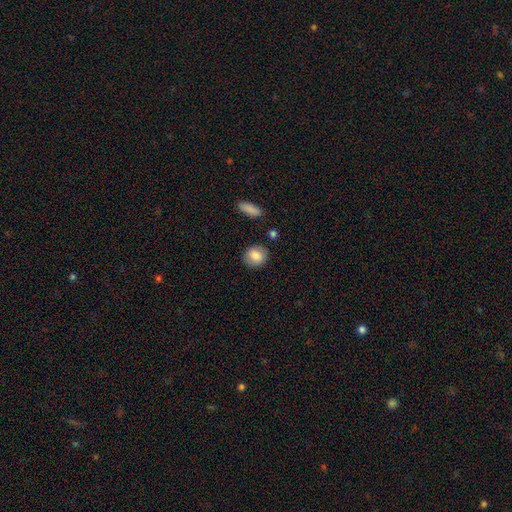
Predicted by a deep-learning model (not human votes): The model was most divided on "how rounded": round: 69%, in between: 29%, cigar-shaped: 1%. More confident: smooth or featured — smooth (85%); merging — none (85%).